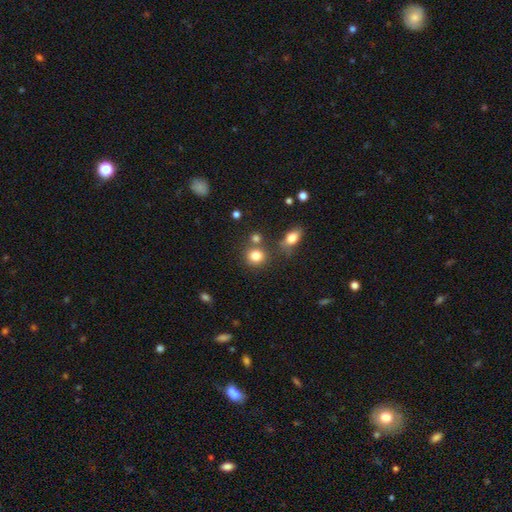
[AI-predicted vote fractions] Smooth or featured?
  - smooth: 82% *
  - star or artifact: 11%
  - featured or disk: 7%
How rounded?
  - round: 80% *
  - in between: 19%
  - cigar-shaped: 1%
Merging?
  - none: 67% *
  - merger: 17%
  - minor disturbance: 11%
  - major disturbance: 4%